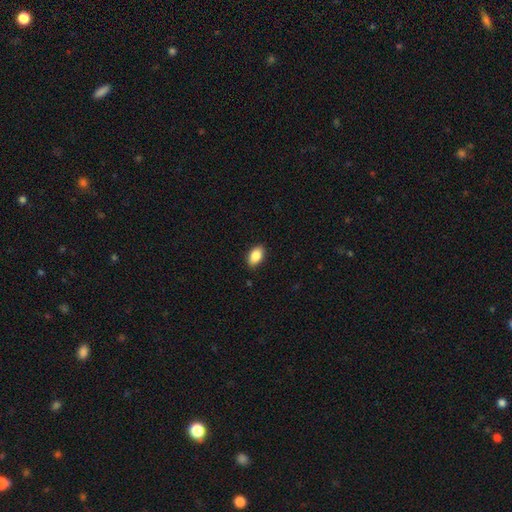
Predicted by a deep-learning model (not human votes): Smooth or featured: smooth — 87% (star or artifact — 7%)
How rounded: in between — 91% (round — 7%)
Merging: none — 87% (minor disturbance — 10%)